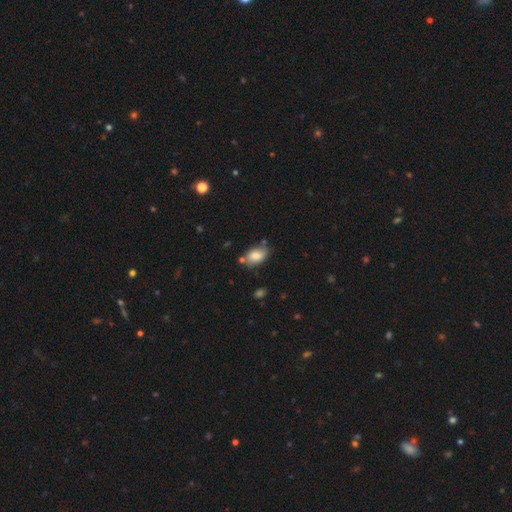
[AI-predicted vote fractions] A smooth galaxy with no disk features (78%) that is in between round and cigar-shaped (87%).

Vote fractions:
- Smooth or featured? smooth: 78% / featured or disk: 13% / star or artifact: 8%
- How rounded? in between: 87% / round: 12% / cigar-shaped: 2%
- Merging? none: 69% / minor disturbance: 19% / merger: 9% / major disturbance: 4%